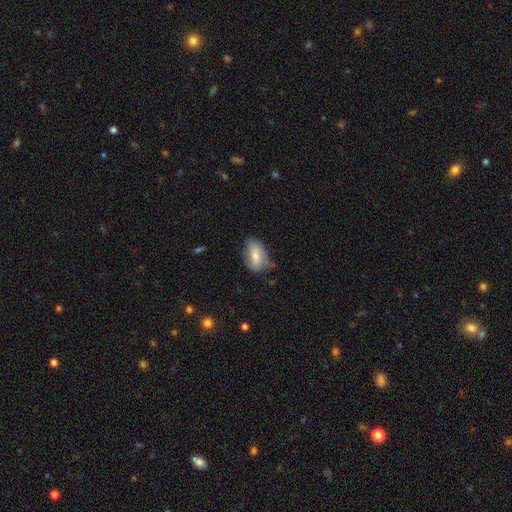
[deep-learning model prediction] A smooth galaxy with no disk features (66%) that is in between round and cigar-shaped (89%).

Vote fractions:
- Smooth or featured? smooth: 66% / featured or disk: 27% / star or artifact: 7%
- How rounded? in between: 89% / round: 8% / cigar-shaped: 3%
- Merging? none: 56% / minor disturbance: 33% / major disturbance: 9% / merger: 2%